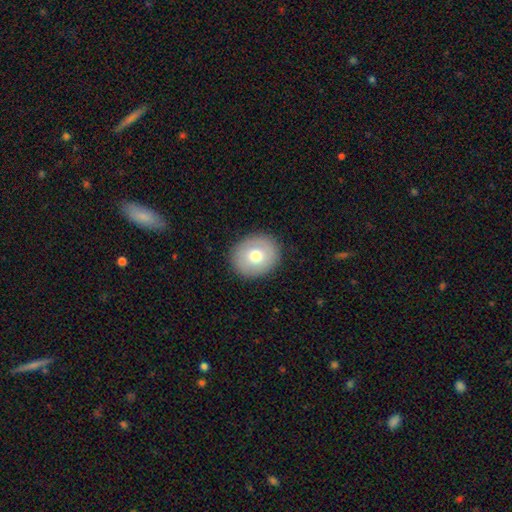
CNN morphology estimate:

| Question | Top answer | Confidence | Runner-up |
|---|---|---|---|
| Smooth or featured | smooth | 70% | featured or disk (22%) |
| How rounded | round | 74% | in between (25%) |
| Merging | none | 89% | minor disturbance (8%) |